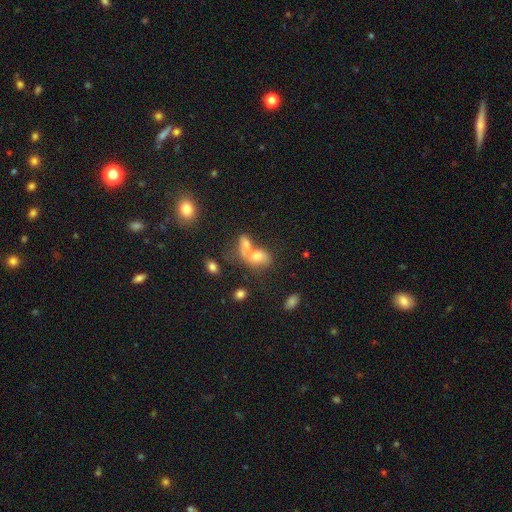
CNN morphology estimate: Smooth or featured? Predicted: smooth (p=0.66). How rounded? Predicted: in between (p=0.77). Merging? Predicted: merger (p=0.60).